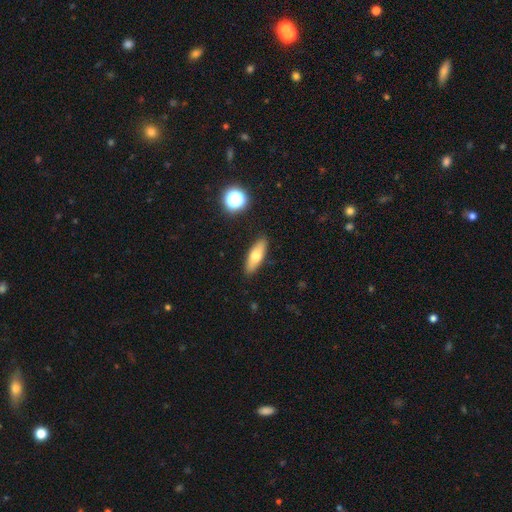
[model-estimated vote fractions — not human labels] Smooth or featured?
  - smooth: 67% *
  - featured or disk: 26%
  - star or artifact: 8%
How rounded?
  - in between: 56% *
  - cigar-shaped: 40%
  - round: 4%
Merging?
  - none: 89% *
  - minor disturbance: 8%
  - major disturbance: 2%
  - merger: 2%